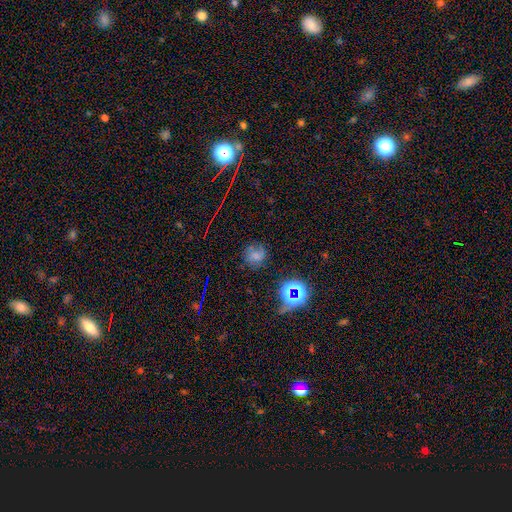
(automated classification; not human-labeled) Smooth or featured? Predicted: smooth (p=0.52). How rounded? Predicted: round (p=0.78). Merging? Predicted: none (p=0.63).